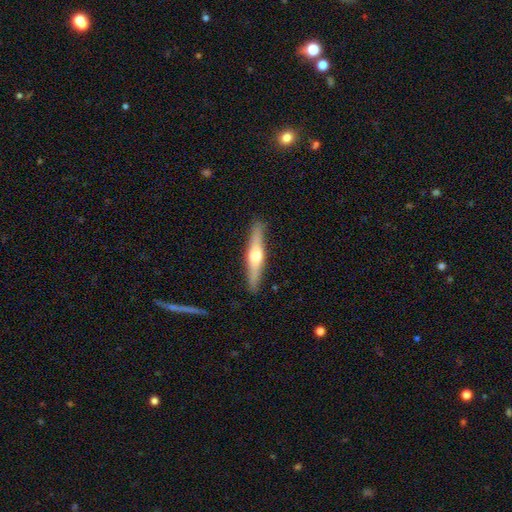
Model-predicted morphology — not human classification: smooth_or_featured: featured or disk (p=0.64) [alt: smooth p=0.31]
disk_edge_on: yes (p=0.96) [alt: no p=0.04]
edge_on_bulge: rounded (p=0.91) [alt: boxy p=0.05]
merging: none (p=0.89) [alt: minor disturbance p=0.08]